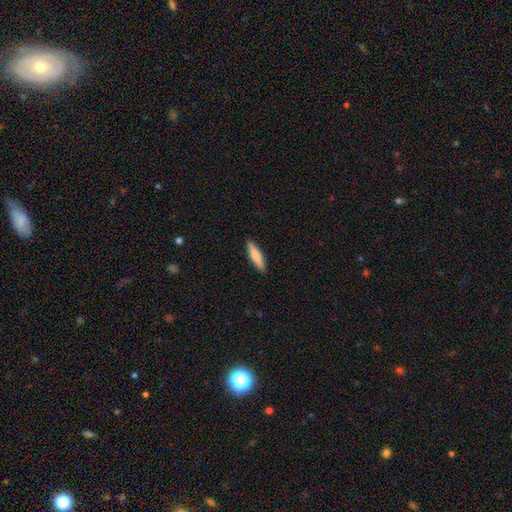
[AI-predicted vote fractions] Smooth or featured? Predicted: smooth (p=0.71). How rounded? Predicted: cigar-shaped (p=0.81). Merging? Predicted: none (p=0.91).